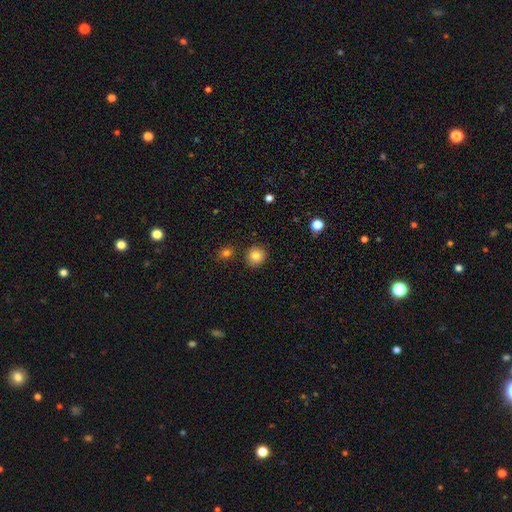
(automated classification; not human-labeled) Smooth or featured?
  - smooth: 82% *
  - star or artifact: 11%
  - featured or disk: 7%
How rounded?
  - round: 87% *
  - in between: 12%
  - cigar-shaped: 1%
Merging?
  - none: 86% *
  - minor disturbance: 8%
  - merger: 4%
  - major disturbance: 2%